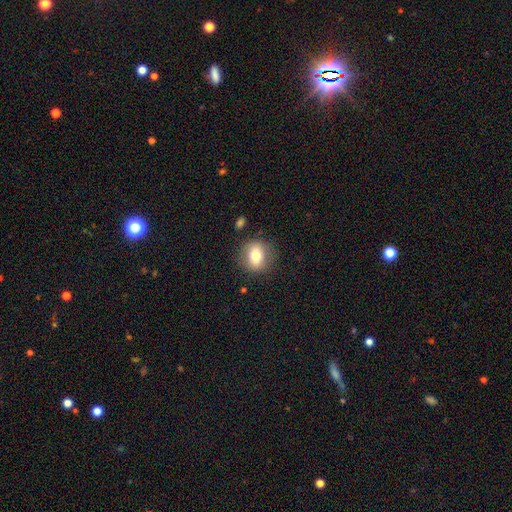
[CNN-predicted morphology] Smooth or featured? smooth (72%)
How rounded? round (71%)
Merging? none (84%)